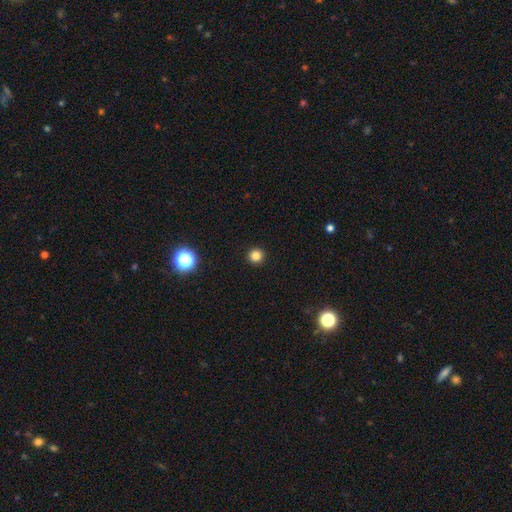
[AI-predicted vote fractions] Smooth or featured? smooth (83%)
How rounded? round (95%)
Merging? none (94%)